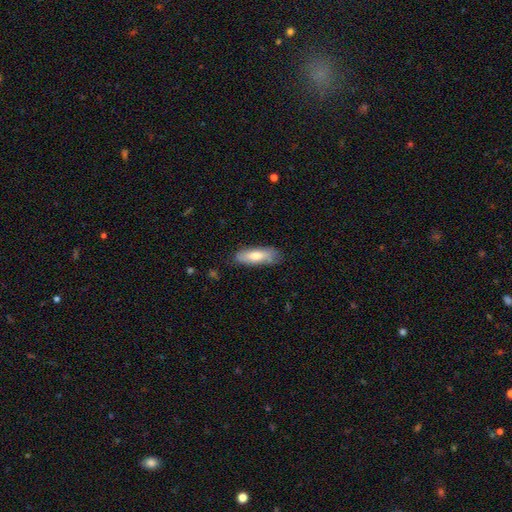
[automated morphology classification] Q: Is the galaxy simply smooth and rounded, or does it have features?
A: smooth — 71%.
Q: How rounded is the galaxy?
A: in between — 56%.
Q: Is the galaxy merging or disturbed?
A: none — 75%.